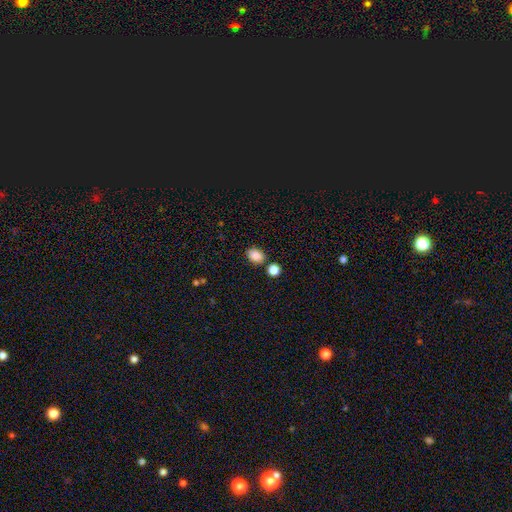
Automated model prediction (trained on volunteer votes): This is clearly a smooth galaxy (86%). How rounded: likely in between (67%). Merging: likely none (77%).